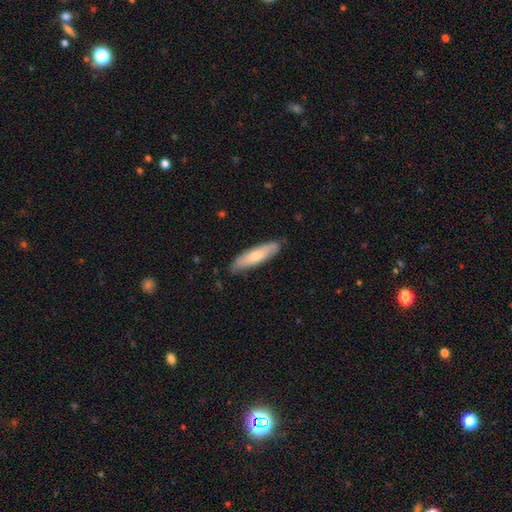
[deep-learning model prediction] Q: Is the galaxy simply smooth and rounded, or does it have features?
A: smooth — 71%.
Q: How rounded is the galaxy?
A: cigar-shaped — 70%.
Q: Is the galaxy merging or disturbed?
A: none — 83%.